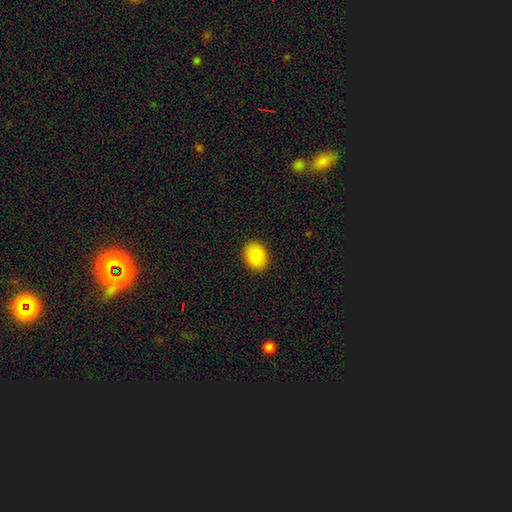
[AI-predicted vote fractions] smooth 85%, star or artifact 8%, featured or disk 7%. Down the decision tree: how rounded — in between (59%); merging — none (90%).